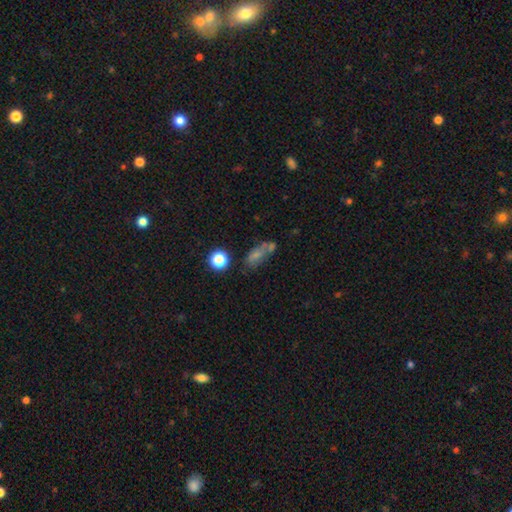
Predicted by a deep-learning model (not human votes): A smooth galaxy with no disk features (52%) that is in between round and cigar-shaped (61%).

Vote fractions:
- Smooth or featured? smooth: 52% / star or artifact: 25% / featured or disk: 23%
- How rounded? in between: 61% / cigar-shaped: 20% / round: 19%
- Merging? none: 48% / merger: 22% / minor disturbance: 18% / major disturbance: 12%